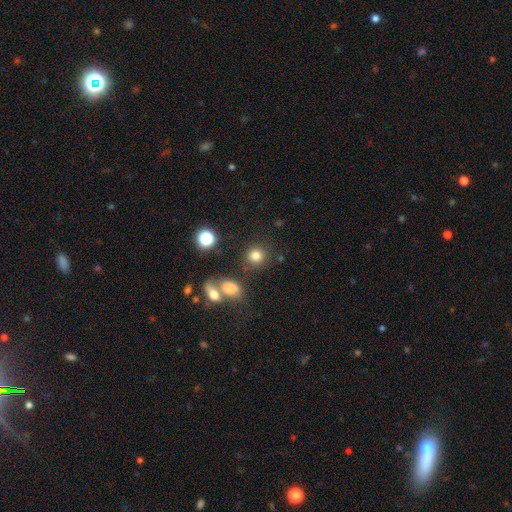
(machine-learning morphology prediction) A smooth galaxy with no disk features (79%) that is round (85%). Merging: none (78%).